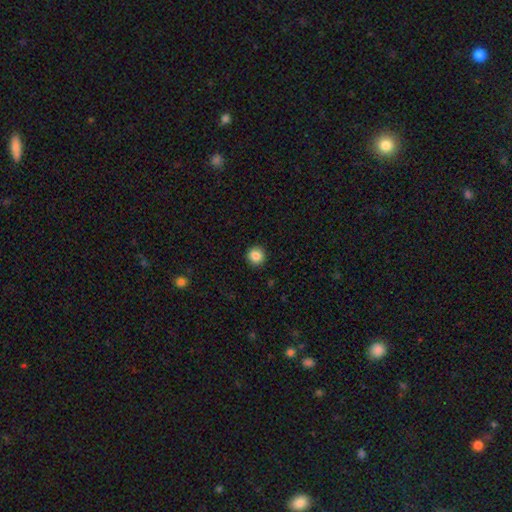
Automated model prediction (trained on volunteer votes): Q: Smooth or featured?
A: smooth (87%); runner-up: star or artifact (10%)
Q: How rounded?
A: round (94%); runner-up: in between (5%)
Q: Merging?
A: none (92%); runner-up: minor disturbance (5%)